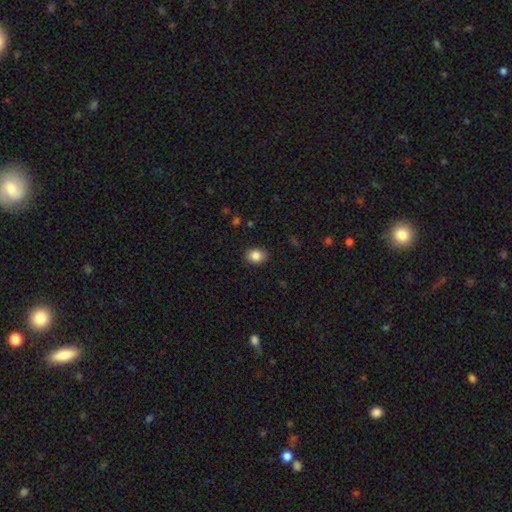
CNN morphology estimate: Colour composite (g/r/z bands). It shows a smooth galaxy with no disk features (86%) that is in between round and cigar-shaped (60%). Merging: none (89%).